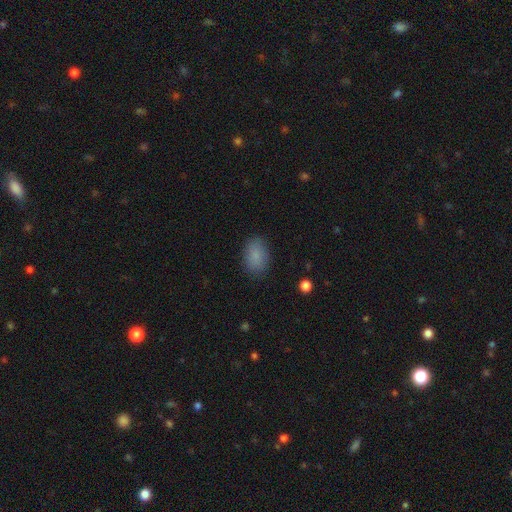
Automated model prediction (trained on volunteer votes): Smooth or featured? smooth (86%)
How rounded? in between (87%)
Merging? none (83%)